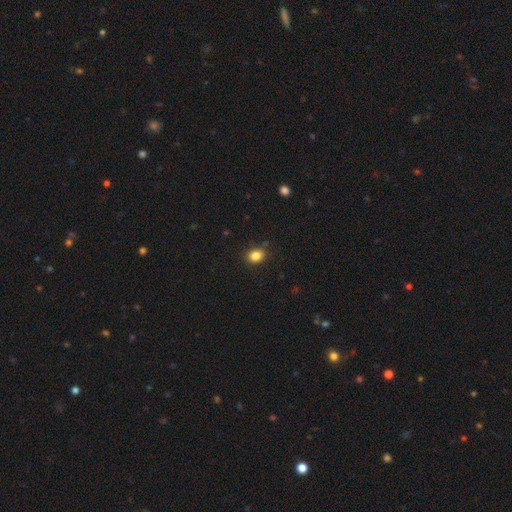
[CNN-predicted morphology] type=smooth (85%); roundness=in between (61%); merging=none (84%).